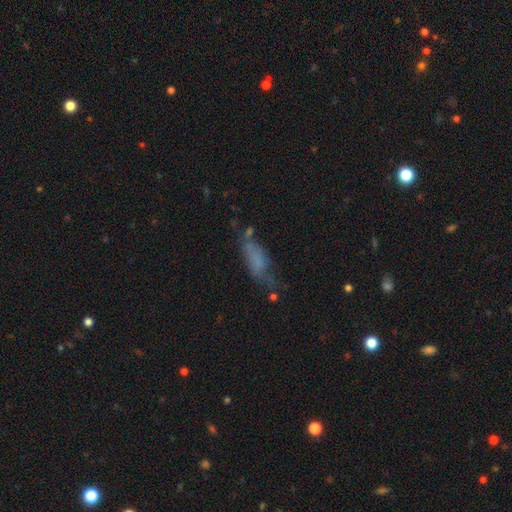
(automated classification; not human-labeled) Smooth or featured? Predicted: smooth (p=0.56). How rounded? Predicted: in between (p=0.55). Merging? Predicted: none (p=0.43).